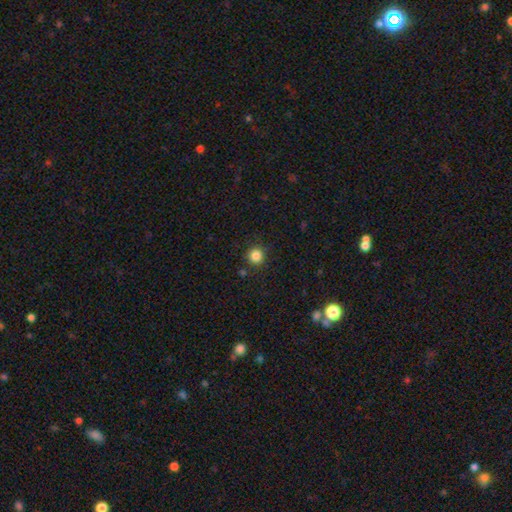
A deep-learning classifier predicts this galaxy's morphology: type=smooth (84%); roundness=round (94%); merging=none (89%).